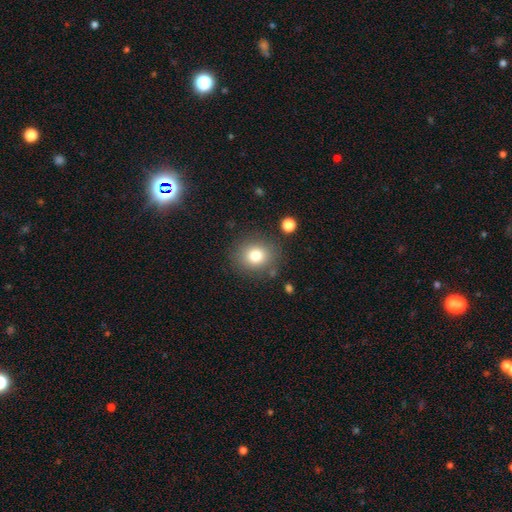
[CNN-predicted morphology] A smooth galaxy with no disk features (78%) that is round (78%). Merging: none (83%).